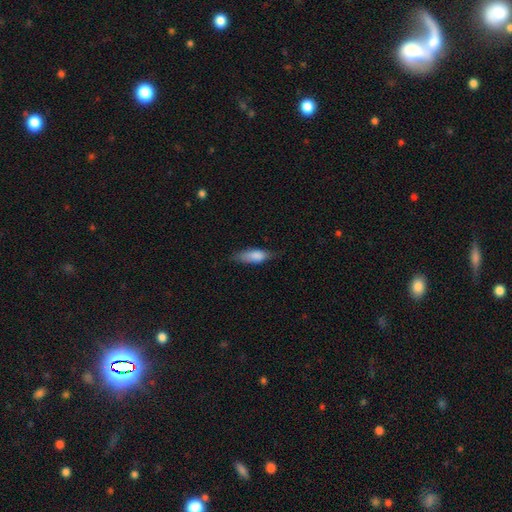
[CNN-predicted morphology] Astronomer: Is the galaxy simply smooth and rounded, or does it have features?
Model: smooth — 80%.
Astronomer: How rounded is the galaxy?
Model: in between — 66%.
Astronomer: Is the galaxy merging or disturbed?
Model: none — 65%.